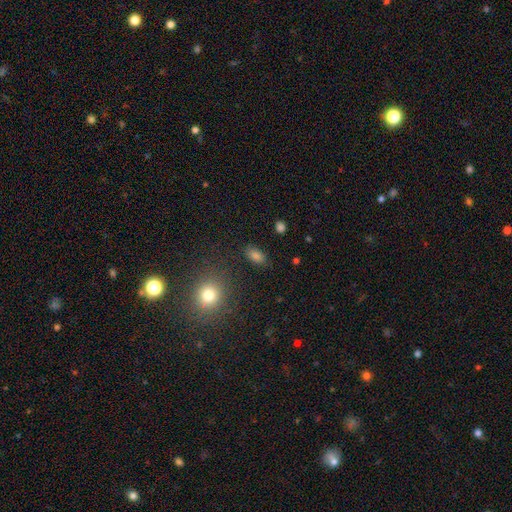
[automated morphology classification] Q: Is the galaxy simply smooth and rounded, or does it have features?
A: smooth — 82%.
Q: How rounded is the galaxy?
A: in between — 89%.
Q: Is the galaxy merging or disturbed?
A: none — 86%.